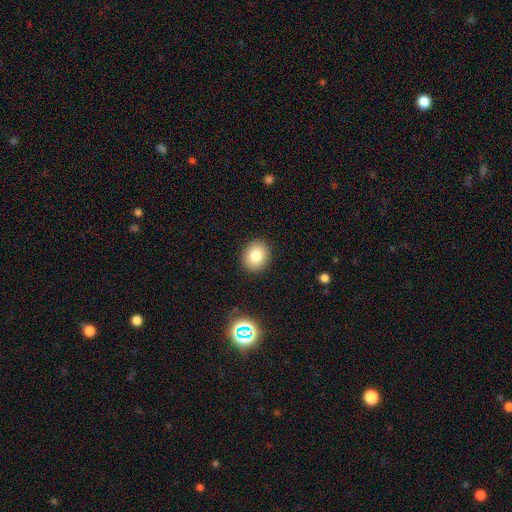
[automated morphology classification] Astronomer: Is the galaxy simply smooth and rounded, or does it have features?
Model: smooth — 81%.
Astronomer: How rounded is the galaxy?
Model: round — 59% (runner-up: in between, 40%).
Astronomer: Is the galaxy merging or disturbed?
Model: none — 90%.